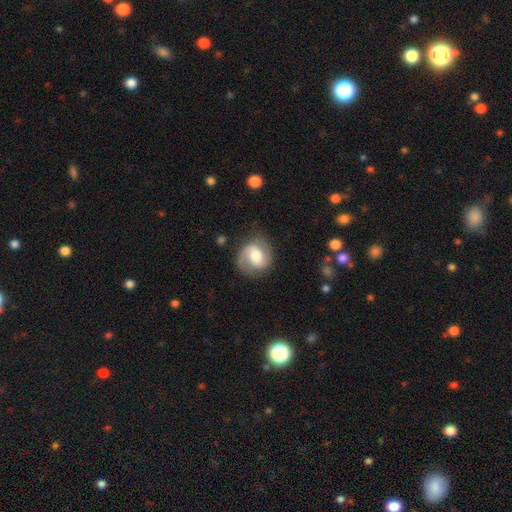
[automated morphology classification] Smooth or featured? Predicted: featured or disk (p=0.62). Edge-on disk? Predicted: no (p=0.97). Bar? Predicted: weak (p=0.45). Spiral arms? Predicted: yes (p=0.86). Spiral winding? Predicted: medium (p=0.46). Spiral arm count? Predicted: 2 (p=0.82). Bulge size? Predicted: moderate (p=0.65). Merging? Predicted: none (p=0.76).